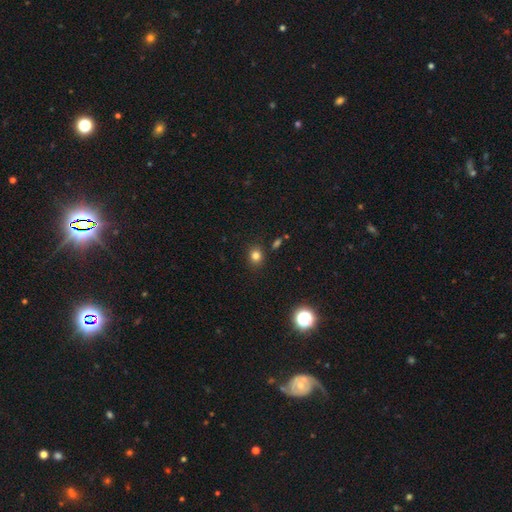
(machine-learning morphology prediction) smooth-or-featured: smooth: 80% | star or artifact: 15% | featured or disk: 6%
  how-rounded: round: 72% | in between: 27% | cigar-shaped: 1%
  merging: none: 85% | minor disturbance: 9% | merger: 3% | major disturbance: 3%